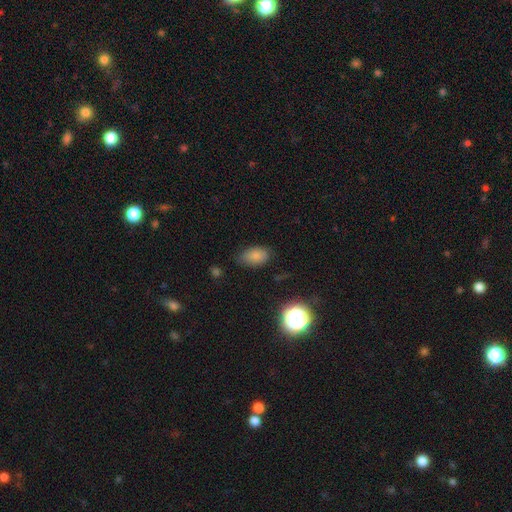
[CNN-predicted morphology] Smooth or featured? smooth (79%)
How rounded? in between (88%)
Merging? none (73%)